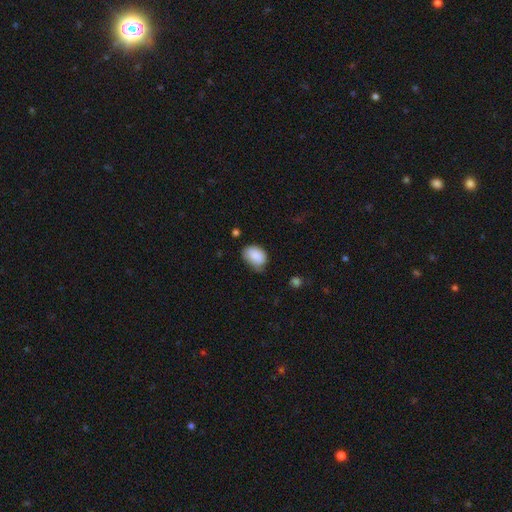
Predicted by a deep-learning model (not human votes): Q: Smooth or featured?
A: smooth (86%); runner-up: featured or disk (7%)
Q: How rounded?
A: in between (80%); runner-up: round (19%)
Q: Merging?
A: none (48%); runner-up: minor disturbance (40%)